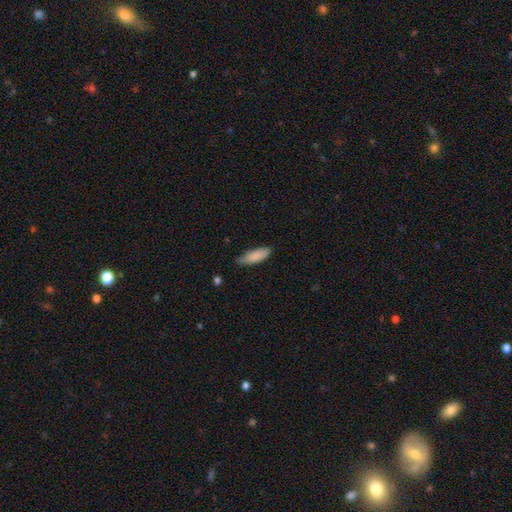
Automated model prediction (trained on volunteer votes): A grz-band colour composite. It shows a smooth galaxy with no disk features (86%) that is in between round and cigar-shaped (63%). Merging: none (65%).